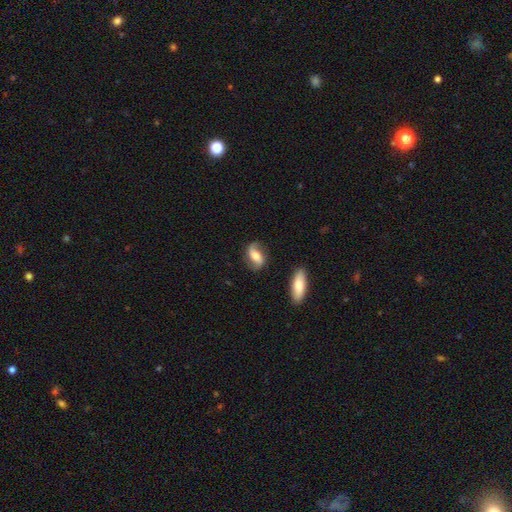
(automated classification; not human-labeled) Overall: featured or disk (60%; smooth 33%). Edge-on disk: no (91%). Bar: no (39%; weak 37%). Spiral arms: yes (88%). Bulge size: moderate (62%). Merging: none (79%).